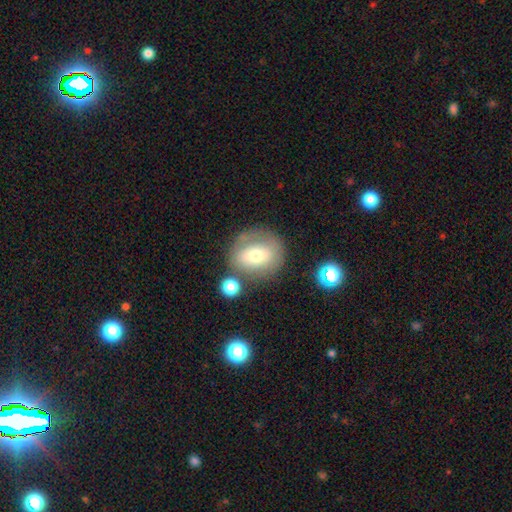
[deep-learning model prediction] Q: Smooth or featured?
A: smooth (57%); runner-up: featured or disk (33%)
Q: How rounded?
A: round (66%); runner-up: in between (33%)
Q: Merging?
A: none (67%); runner-up: minor disturbance (16%)